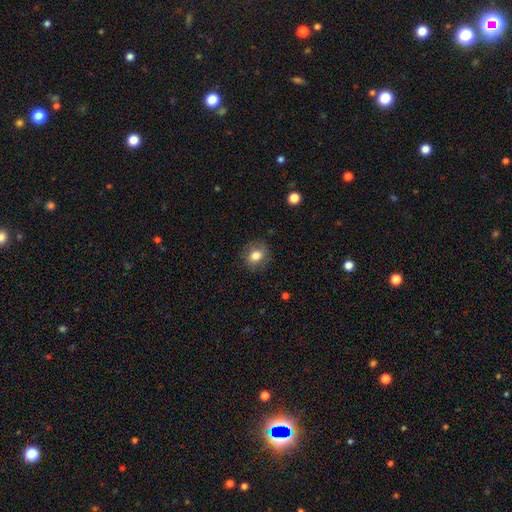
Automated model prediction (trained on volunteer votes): A smooth galaxy with no disk features (78%) that is round (69%). Merging: none (83%).